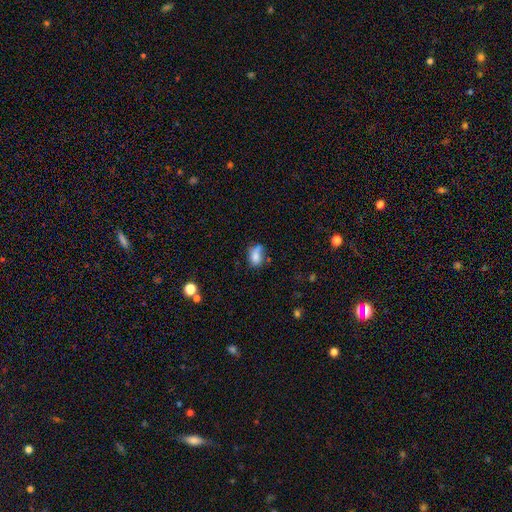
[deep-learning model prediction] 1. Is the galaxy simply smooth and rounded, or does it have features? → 75% smooth, 14% featured or disk, 10% star or artifact.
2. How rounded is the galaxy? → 80% in between, 17% round, 3% cigar-shaped.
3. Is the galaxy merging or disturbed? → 40% none, 30% minor disturbance, 16% major disturbance, 14% merger.